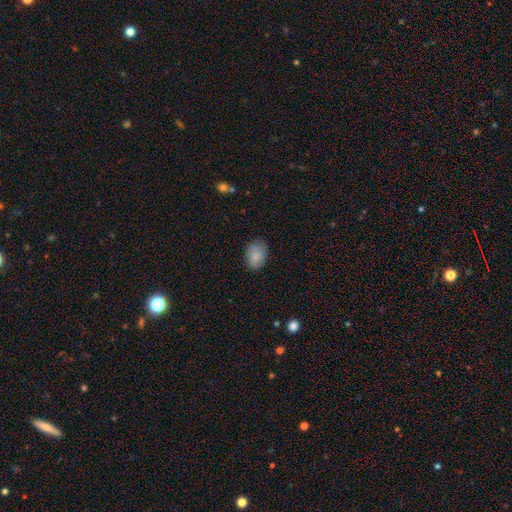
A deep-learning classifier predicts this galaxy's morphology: This is clearly a smooth galaxy (87%). How rounded: likely in between (76%). Merging: clearly none (81%).